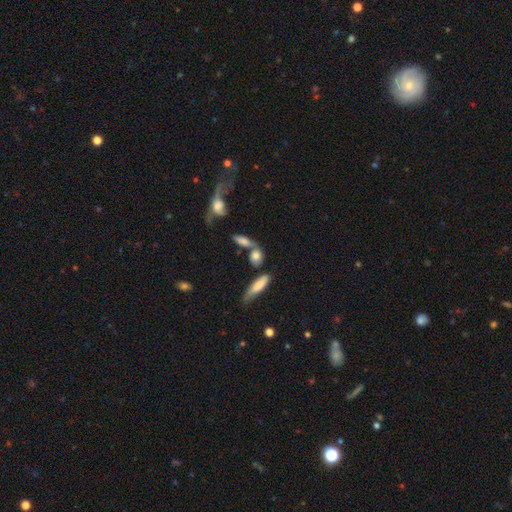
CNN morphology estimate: A smooth galaxy with no disk features (72%) that is in between round and cigar-shaped (49%). Merging: none (47%).